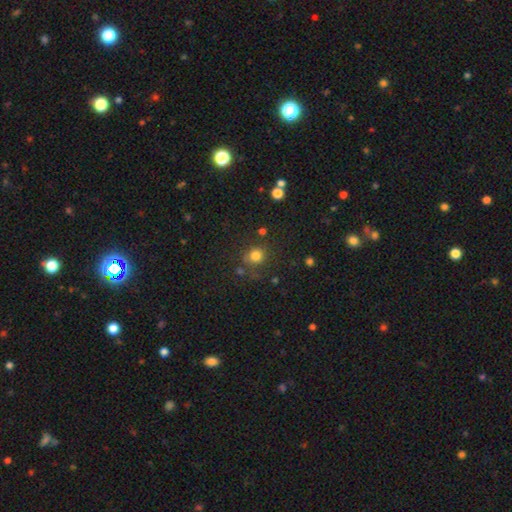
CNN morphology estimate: A smooth galaxy with no disk features (79%) that is round (87%). Merging: none (73%).